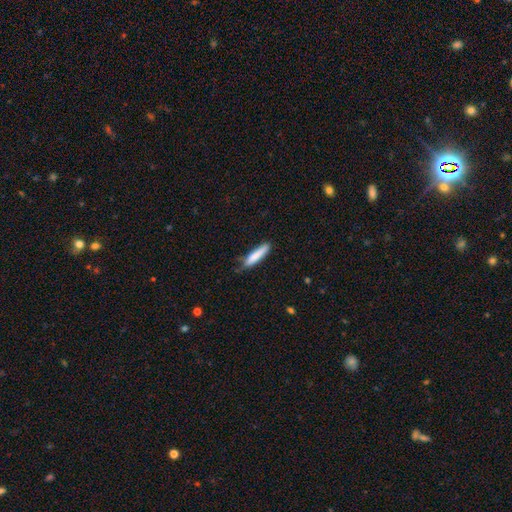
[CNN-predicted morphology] Smooth or featured?
  - smooth: 80% *
  - featured or disk: 14%
  - star or artifact: 6%
How rounded?
  - cigar-shaped: 84% *
  - in between: 14%
  - round: 1%
Merging?
  - none: 68% *
  - minor disturbance: 26%
  - major disturbance: 5%
  - merger: 2%